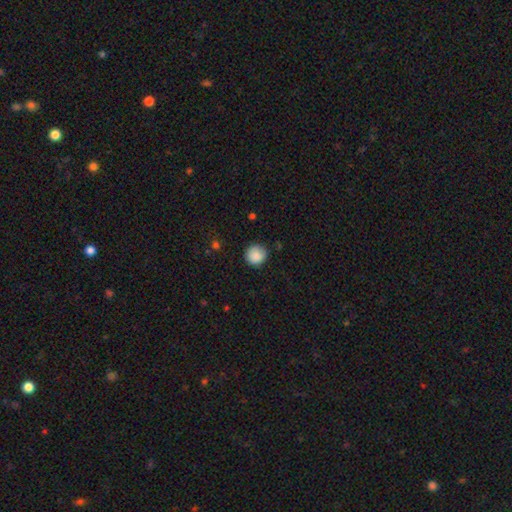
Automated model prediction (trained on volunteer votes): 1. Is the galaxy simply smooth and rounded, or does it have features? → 88% smooth, 8% star or artifact, 4% featured or disk.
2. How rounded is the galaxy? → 93% round, 6% in between, 1% cigar-shaped.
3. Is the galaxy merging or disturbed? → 85% none, 11% minor disturbance, 2% major disturbance, 1% merger.